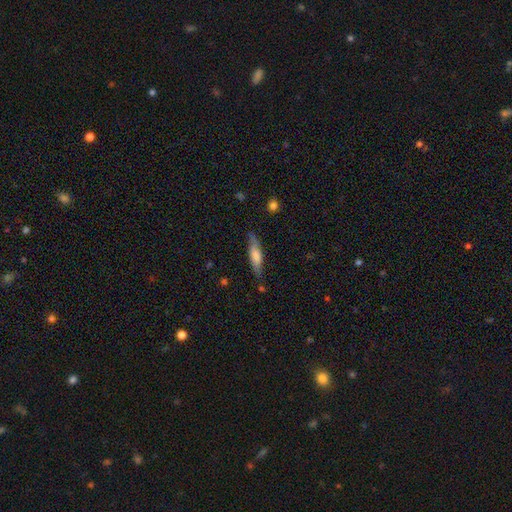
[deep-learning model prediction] This appears to be a smooth galaxy with no disk features (62%) that is cigar-shaped (73%). Merging: none (77%).